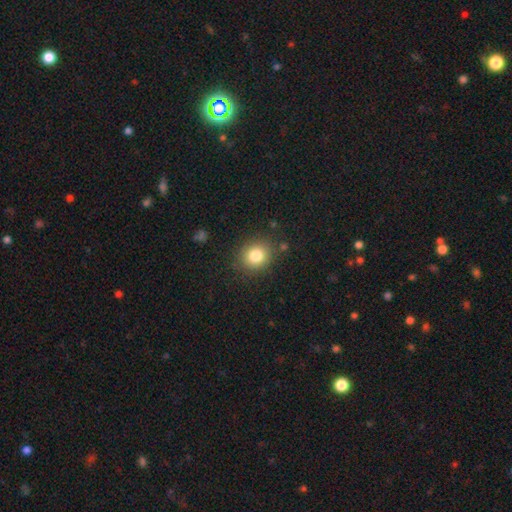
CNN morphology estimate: type=smooth (81%); roundness=round (72%); merging=none (85%).